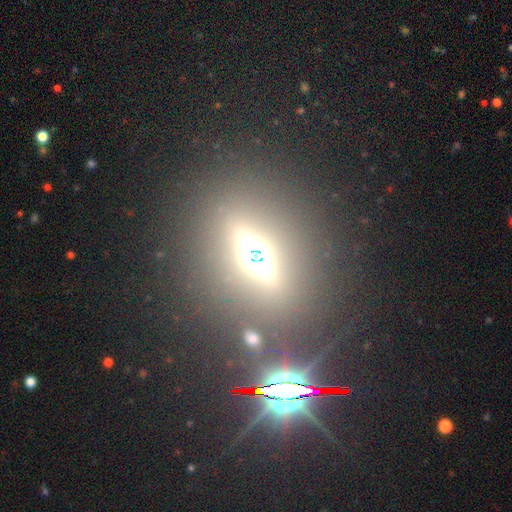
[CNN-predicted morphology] This is marginally a featured or disk galaxy (40%). Merging: clearly none (81%).